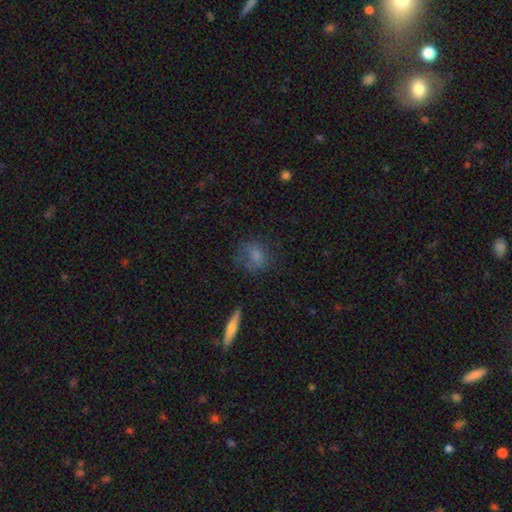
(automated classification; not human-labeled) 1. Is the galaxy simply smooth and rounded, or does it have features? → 71% smooth, 17% featured or disk, 12% star or artifact.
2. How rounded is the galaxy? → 57% round, 40% in between, 3% cigar-shaped.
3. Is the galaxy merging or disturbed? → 58% none, 24% minor disturbance, 16% major disturbance, 3% merger.